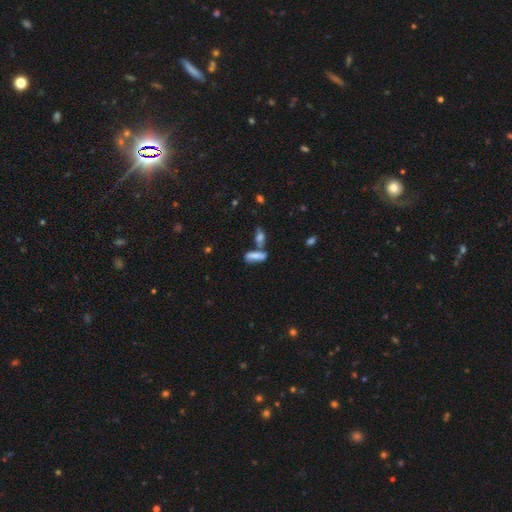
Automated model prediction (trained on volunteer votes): smooth_or_featured: smooth (p=0.70) [alt: featured or disk p=0.19]
how_rounded: in between (p=0.61) [alt: cigar-shaped p=0.35]
merging: merger (p=0.41) [alt: none p=0.39]